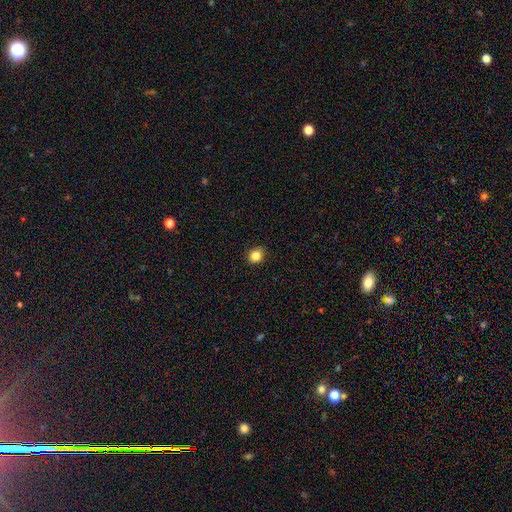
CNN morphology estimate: type=smooth (84%); roundness=round (73%); merging=none (89%).